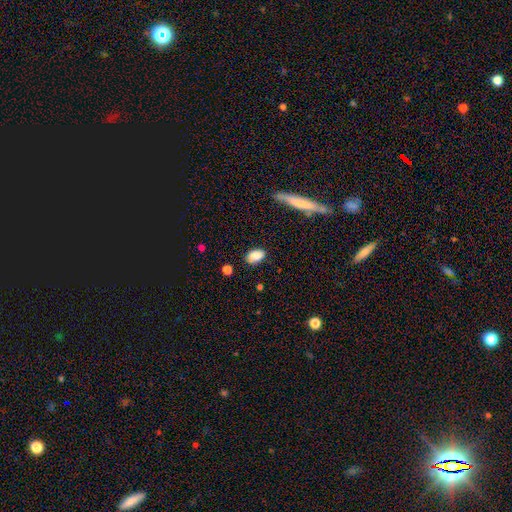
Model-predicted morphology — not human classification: This appears to be a smooth galaxy with no disk features (84%) that is in between round and cigar-shaped (89%). Merging: none (80%).